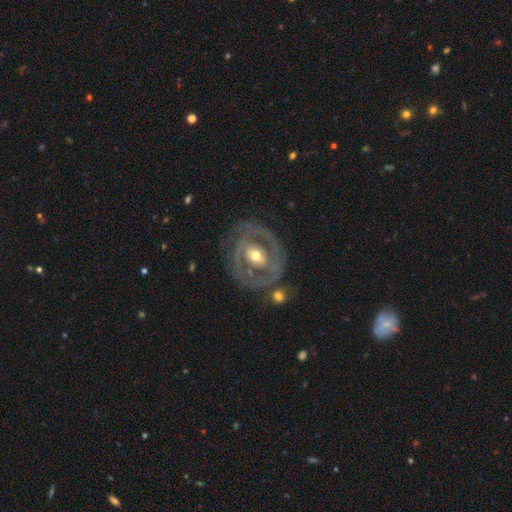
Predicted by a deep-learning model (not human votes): smooth-or-featured: featured or disk: 79% | smooth: 16% | star or artifact: 5%
  disk-edge-on: no: 96% | yes: 4%
    bar: no: 52% | weak: 31% | strong: 17%
    has-spiral-arms: yes: 62% | no: 38%
    bulge-size: moderate: 71% | small: 19% | large: 8% | dominant: 1% | none: 1%
  merging: none: 69% | minor disturbance: 16% | major disturbance: 11% | merger: 4%